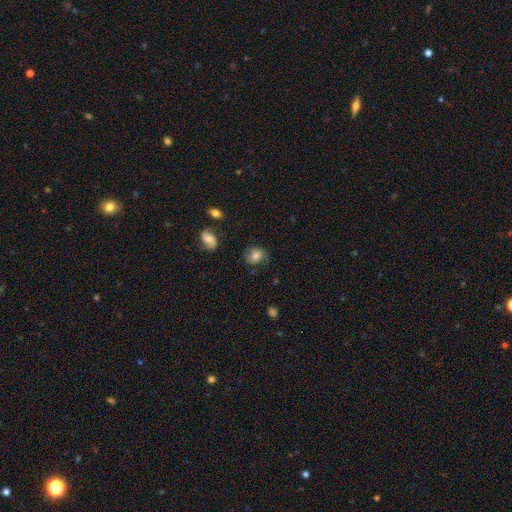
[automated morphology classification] Q: Smooth or featured?
A: smooth (62%); runner-up: featured or disk (28%)
Q: How rounded?
A: round (60%); runner-up: in between (39%)
Q: Merging?
A: none (71%); runner-up: minor disturbance (20%)